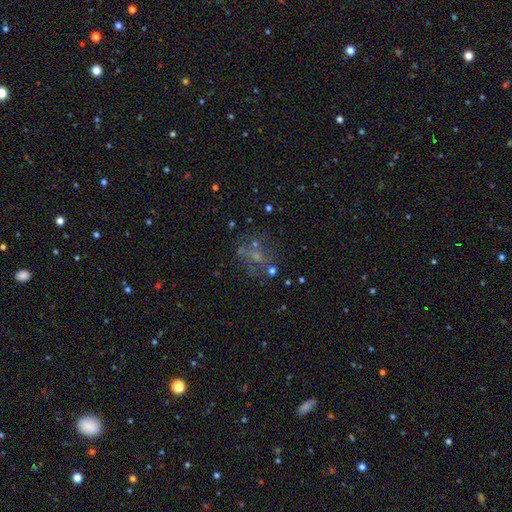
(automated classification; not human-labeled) This appears to be a featured or disk galaxy (37%). Merging: none (55%).